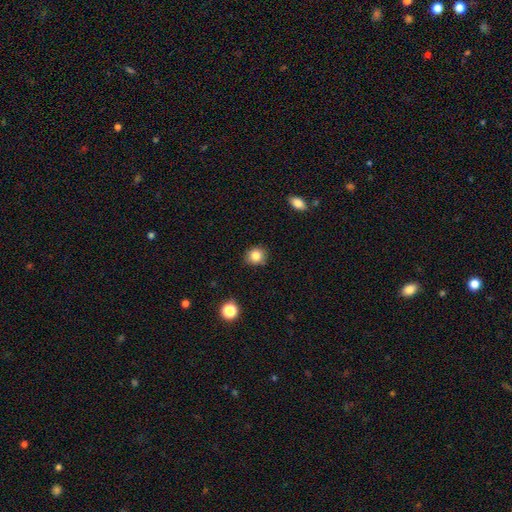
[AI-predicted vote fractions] Smooth or featured? Predicted: smooth (p=0.83). How rounded? Predicted: round (p=0.83). Merging? Predicted: none (p=0.86).